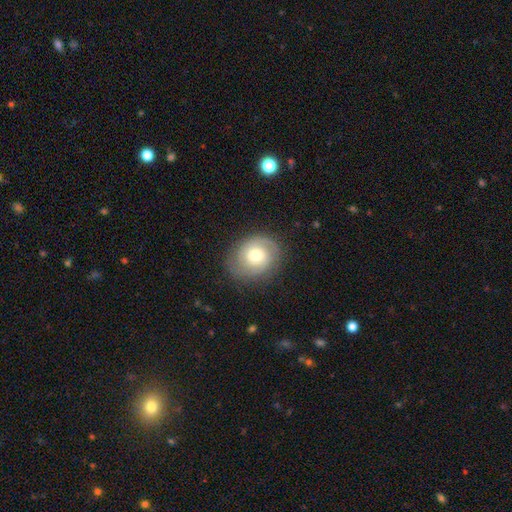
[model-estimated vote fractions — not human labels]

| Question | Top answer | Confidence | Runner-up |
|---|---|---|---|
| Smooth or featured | featured or disk | 60% | smooth (33%) |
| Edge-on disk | no | 97% | yes (3%) |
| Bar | no | 71% | weak (24%) |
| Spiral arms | yes | 84% | no (16%) |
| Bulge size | moderate | 68% | small (18%) |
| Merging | none | 80% | minor disturbance (14%) |